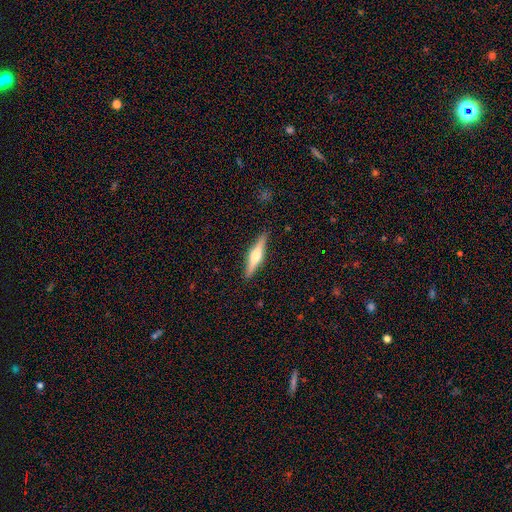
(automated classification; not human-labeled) This is likely a featured or disk galaxy (61%). It is clearly viewed edge-on (97%). Edge-on bulge: clearly rounded (93%). Merging: clearly none (91%).